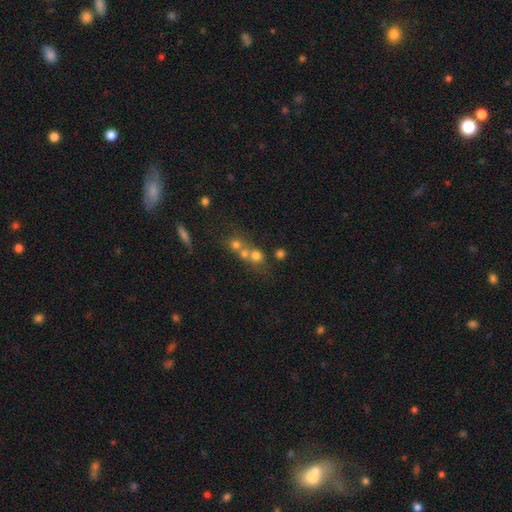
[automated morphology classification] smooth_or_featured: smooth (p=0.64) [alt: featured or disk p=0.19]
how_rounded: round (p=0.82) [alt: in between p=0.16]
merging: merger (p=0.53) [alt: none p=0.36]